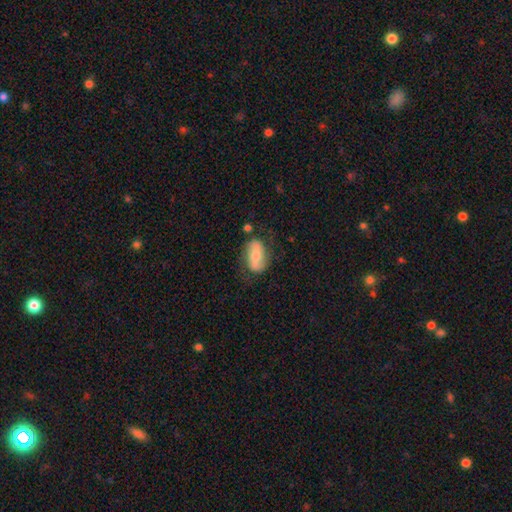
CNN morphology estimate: Smooth or featured: featured or disk — 47% (smooth — 46%)
Merging: none — 66% (minor disturbance — 21%)